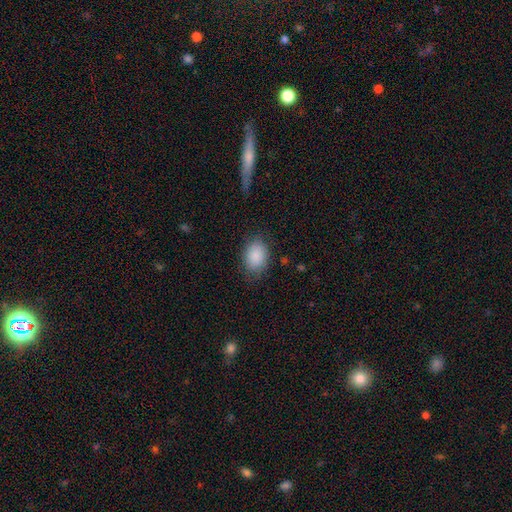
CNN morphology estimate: smooth 88%, star or artifact 7%, featured or disk 5%. Down the decision tree: how rounded — in between (76%); merging — none (80%).